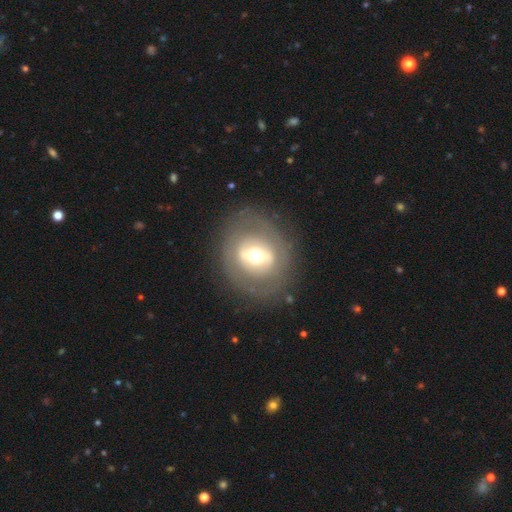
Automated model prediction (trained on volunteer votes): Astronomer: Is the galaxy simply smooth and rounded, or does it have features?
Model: featured or disk — 58% (runner-up: smooth, 35%).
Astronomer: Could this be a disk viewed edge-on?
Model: no — 93%.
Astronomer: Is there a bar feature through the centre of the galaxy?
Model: strong — 36% (runner-up: weak, 32%).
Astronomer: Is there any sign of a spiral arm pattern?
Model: no — 80%.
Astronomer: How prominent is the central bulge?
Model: moderate — 64%.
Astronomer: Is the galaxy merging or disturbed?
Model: none — 80%.